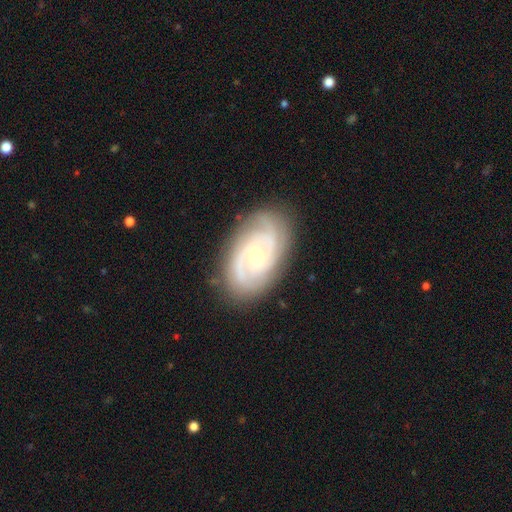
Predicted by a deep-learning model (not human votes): This appears to be a featured or disk galaxy (86%) with no bar (67%), 2 (44%) tight (63%) spiral arms (96%) and a small central bulge (50%). Merging: none (83%).